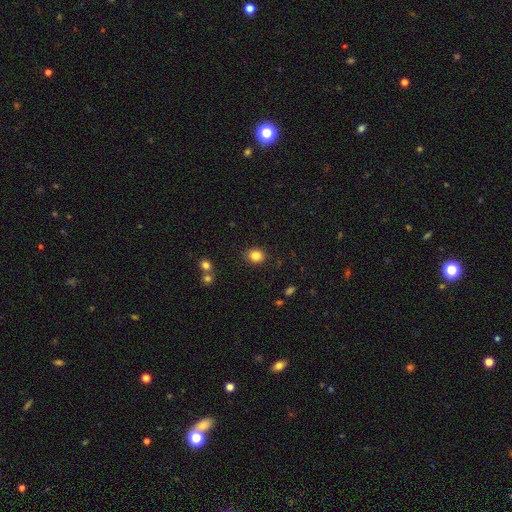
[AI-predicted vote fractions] This appears to be a smooth galaxy with no disk features (84%) that is round (59%). Merging: none (86%).